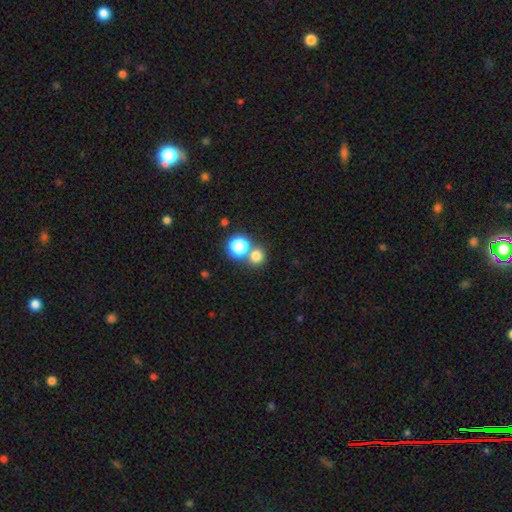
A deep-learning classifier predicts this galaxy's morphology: Overall: smooth (74%). How rounded: round (86%). Merging: none (64%; merger 26%).